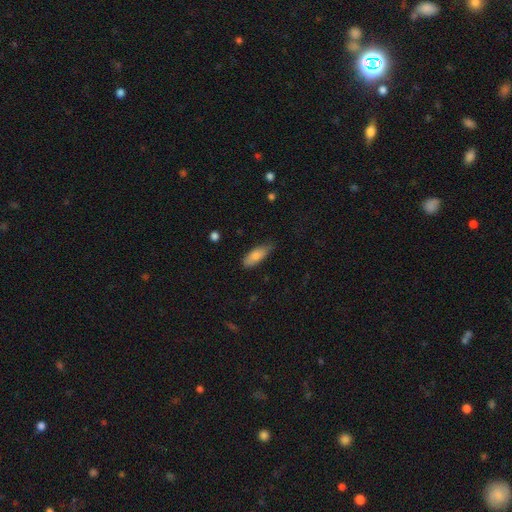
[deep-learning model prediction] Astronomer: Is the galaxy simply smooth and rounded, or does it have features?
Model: smooth — 80%.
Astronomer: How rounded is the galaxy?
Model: in between — 73%.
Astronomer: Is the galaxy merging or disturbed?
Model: none — 63%.